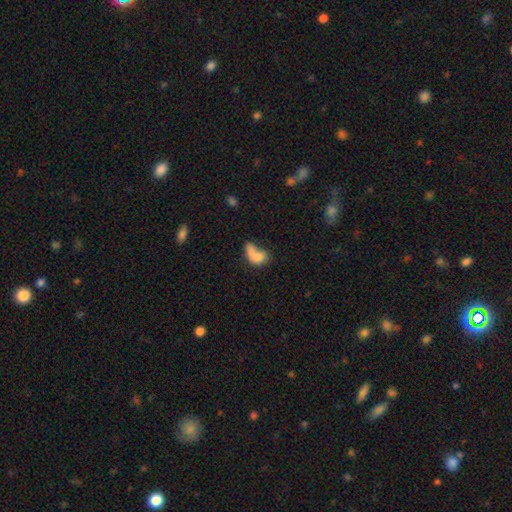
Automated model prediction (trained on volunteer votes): This appears to be a smooth galaxy with no disk features (74%) that is in between round and cigar-shaped (76%). Merging: merger (56%).